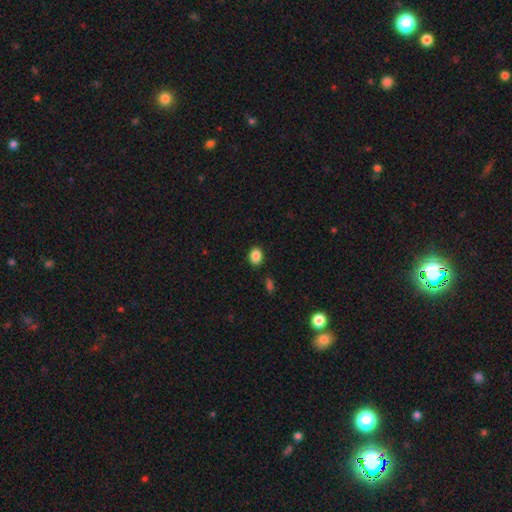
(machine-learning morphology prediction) Q: Smooth or featured?
A: smooth (87%); runner-up: star or artifact (9%)
Q: How rounded?
A: in between (62%); runner-up: round (37%)
Q: Merging?
A: none (87%); runner-up: minor disturbance (9%)